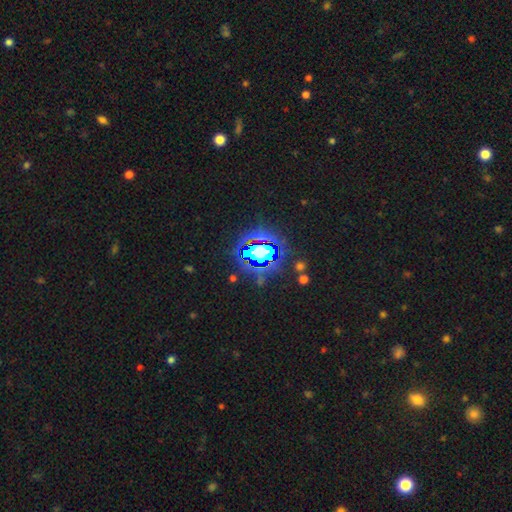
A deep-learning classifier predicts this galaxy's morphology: smooth_or_featured: star or artifact (p=0.75) [alt: smooth p=0.15]